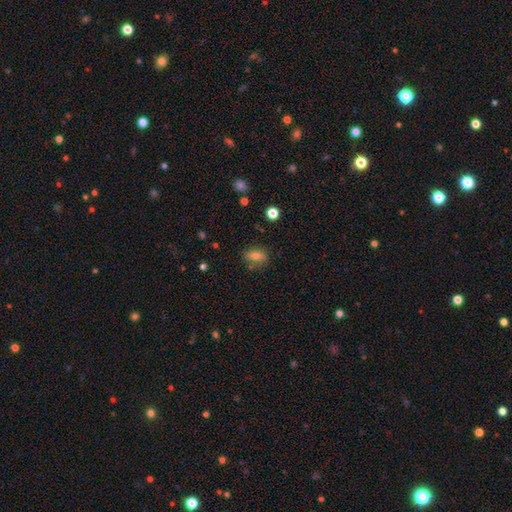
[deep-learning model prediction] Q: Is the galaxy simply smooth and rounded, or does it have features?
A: smooth — 70%.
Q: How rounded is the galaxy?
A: in between — 73%.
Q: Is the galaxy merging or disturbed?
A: none — 76%.